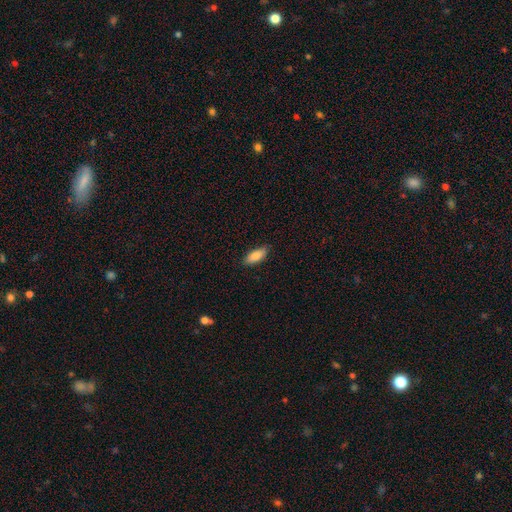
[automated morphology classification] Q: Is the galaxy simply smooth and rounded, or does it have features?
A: smooth — 83%.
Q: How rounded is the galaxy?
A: in between — 75%.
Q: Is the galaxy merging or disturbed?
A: none — 87%.